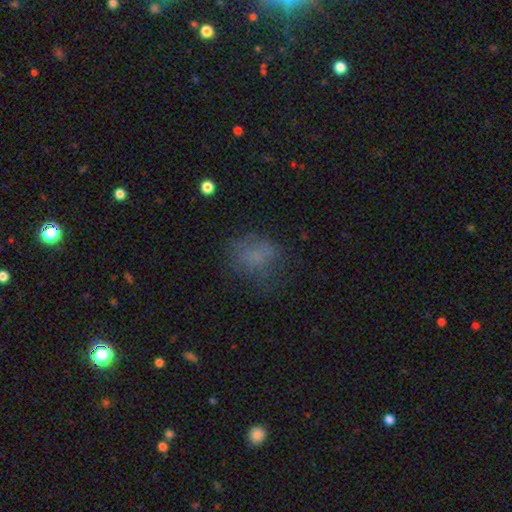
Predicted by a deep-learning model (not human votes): Smooth or featured? Predicted: smooth (p=0.65). How rounded? Predicted: in between (p=0.51). Merging? Predicted: none (p=0.56).